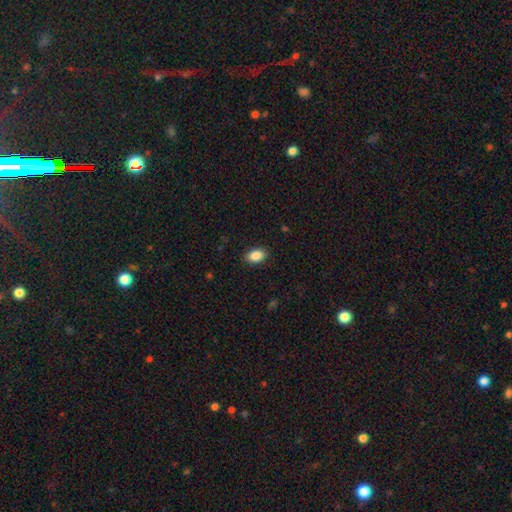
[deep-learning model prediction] This appears to be a smooth galaxy with no disk features (88%) that is in between round and cigar-shaped (88%). Merging: none (88%).